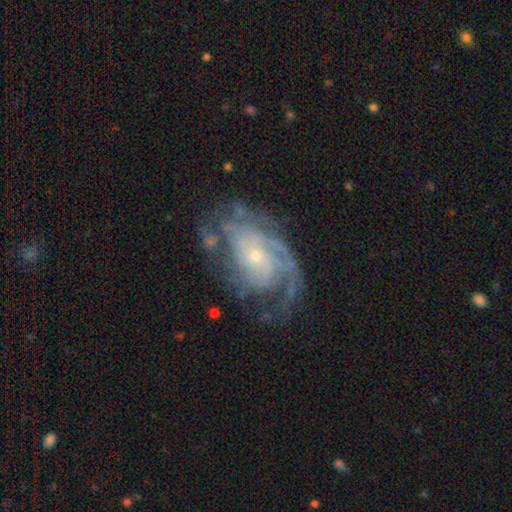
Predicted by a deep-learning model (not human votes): Smooth or featured? Predicted: featured or disk (p=0.85). Edge-on disk? Predicted: no (p=0.97). Bar? Predicted: no (p=0.73). Spiral arms? Predicted: yes (p=0.93). Spiral winding? Predicted: tight (p=0.50). Spiral arm count? Predicted: can't tell (p=0.32). Bulge size? Predicted: small (p=0.75). Merging? Predicted: none (p=0.57).